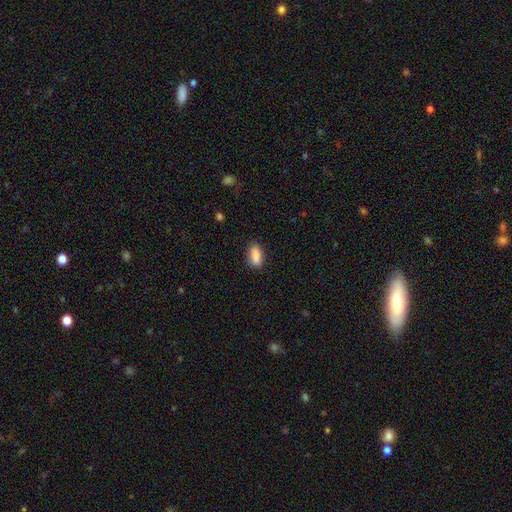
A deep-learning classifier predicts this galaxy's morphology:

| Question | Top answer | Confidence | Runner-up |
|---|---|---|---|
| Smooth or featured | smooth | 88% | star or artifact (7%) |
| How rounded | in between | 86% | cigar-shaped (10%) |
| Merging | none | 84% | minor disturbance (12%) |